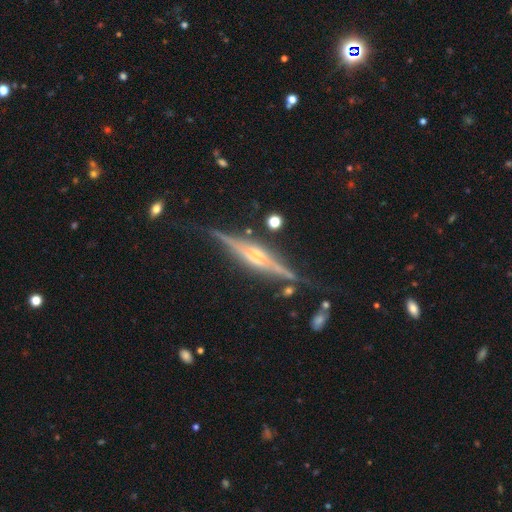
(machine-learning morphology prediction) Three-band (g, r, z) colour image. It shows a featured or disk galaxy (86%) viewed edge-on (97%) with a rounded central bulge (72%). Merging: none (82%).